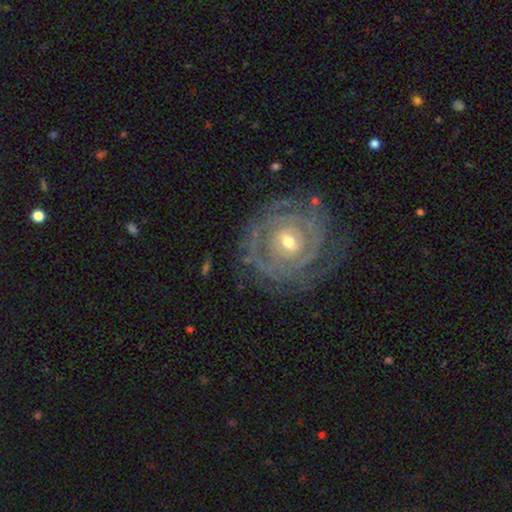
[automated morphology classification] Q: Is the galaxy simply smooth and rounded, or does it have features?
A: featured or disk — 83%.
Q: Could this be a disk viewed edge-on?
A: no — 97%.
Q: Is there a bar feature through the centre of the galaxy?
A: no — 61%.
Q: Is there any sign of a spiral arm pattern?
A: yes — 88%.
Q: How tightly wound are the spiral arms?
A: tight — 80%.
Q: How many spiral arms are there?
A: can't tell — 39%.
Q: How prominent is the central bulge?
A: moderate — 49%.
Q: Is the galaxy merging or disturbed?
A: none — 76%.